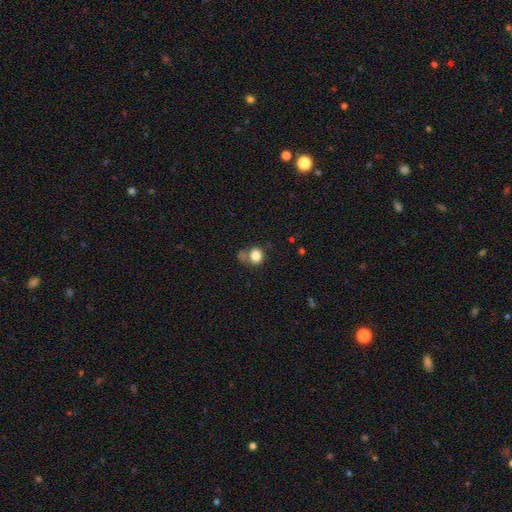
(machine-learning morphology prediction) type=smooth (82%); roundness=round (76%); merging=none (51%).